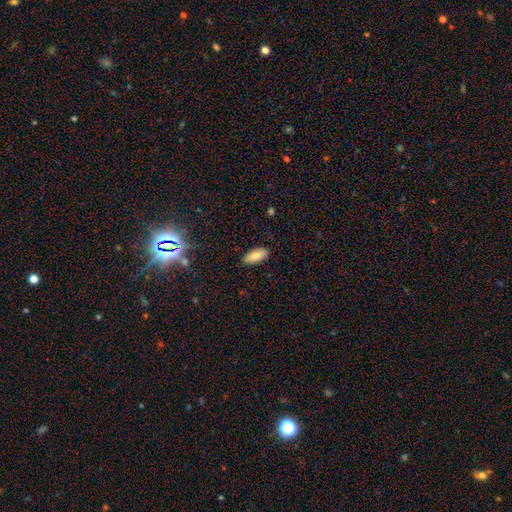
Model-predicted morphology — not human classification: This appears to be a smooth galaxy with no disk features (84%) that is in between round and cigar-shaped (86%). Merging: none (87%).